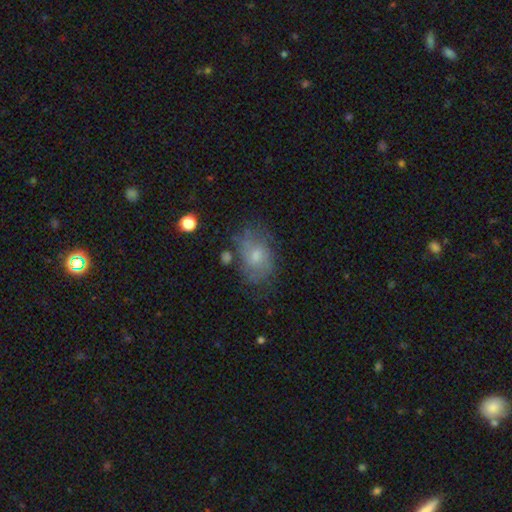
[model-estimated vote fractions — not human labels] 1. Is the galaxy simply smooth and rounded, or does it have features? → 47% smooth, 43% featured or disk, 10% star or artifact.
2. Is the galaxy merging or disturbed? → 55% none, 25% minor disturbance, 16% major disturbance, 5% merger.